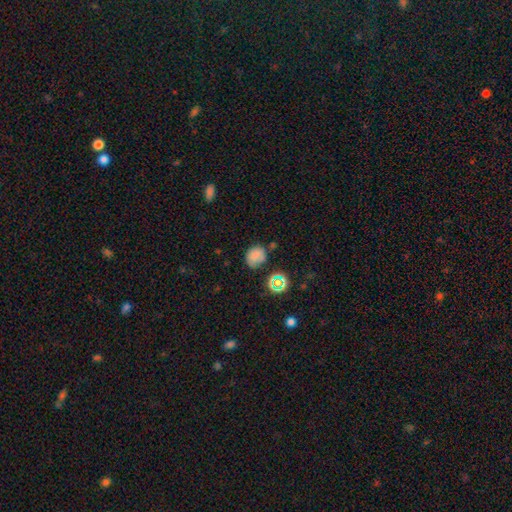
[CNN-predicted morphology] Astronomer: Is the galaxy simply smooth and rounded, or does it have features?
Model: smooth — 74%.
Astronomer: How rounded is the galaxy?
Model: round — 65%.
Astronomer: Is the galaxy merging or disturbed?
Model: none — 65%.